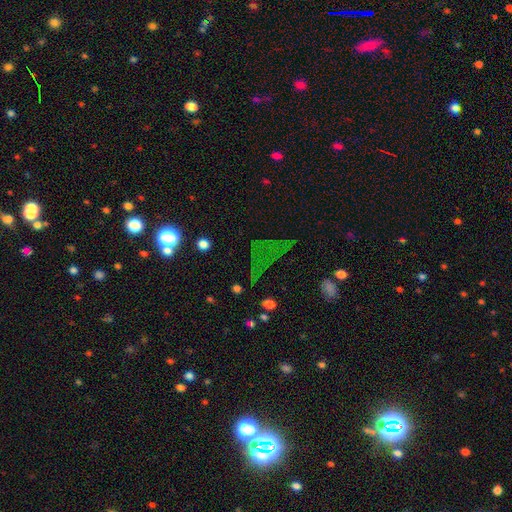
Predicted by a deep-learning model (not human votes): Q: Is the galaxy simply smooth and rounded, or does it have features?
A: star or artifact — 58%.